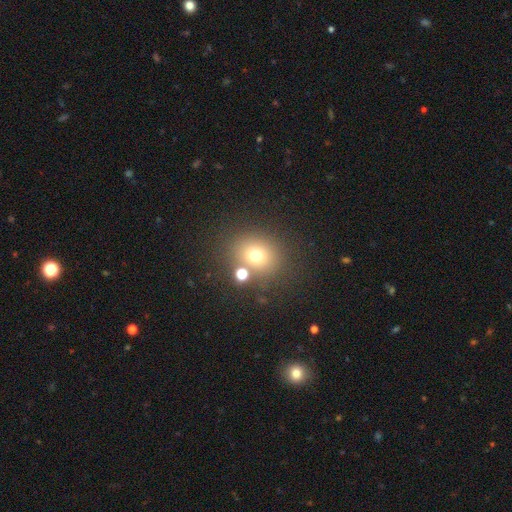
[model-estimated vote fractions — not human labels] smooth_or_featured: smooth (p=0.70) [alt: star or artifact p=0.19]
how_rounded: round (p=0.75) [alt: in between p=0.24]
merging: none (p=0.73) [alt: merger p=0.14]